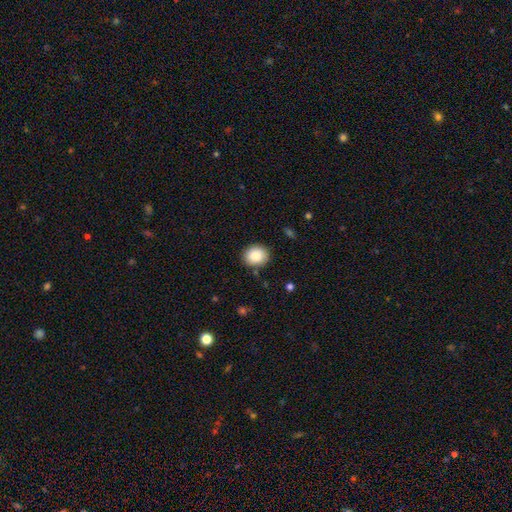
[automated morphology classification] Smooth or featured?
  - smooth: 86% *
  - star or artifact: 8%
  - featured or disk: 6%
How rounded?
  - round: 73% *
  - in between: 26%
  - cigar-shaped: 1%
Merging?
  - none: 85% *
  - minor disturbance: 11%
  - major disturbance: 2%
  - merger: 2%